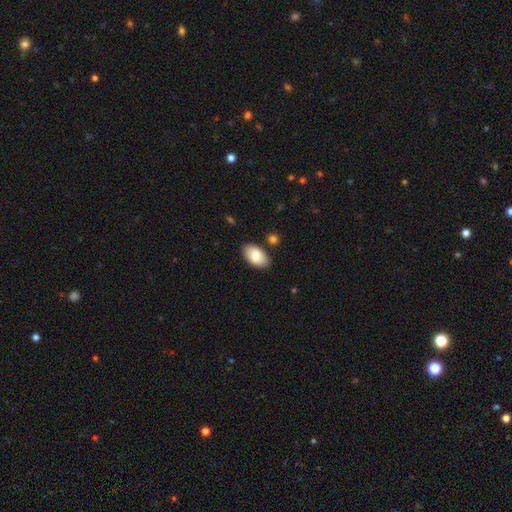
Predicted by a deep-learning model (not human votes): The model was most divided on "smooth or featured": smooth: 79%, featured or disk: 15%, star or artifact: 6%. More confident: how rounded — in between (95%); merging — none (84%).